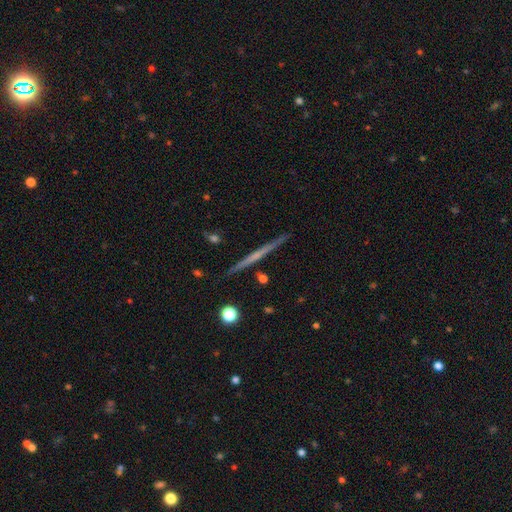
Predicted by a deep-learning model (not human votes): This appears to be a featured or disk galaxy (63%) viewed edge-on (98%) with no central bulge (82%). Merging: none (92%).